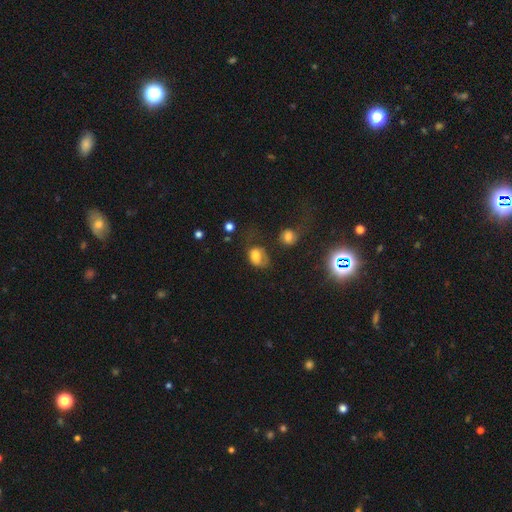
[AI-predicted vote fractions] This is likely a smooth galaxy (75%). How rounded: likely in between (66%). Merging: marginally major disturbance (33%).